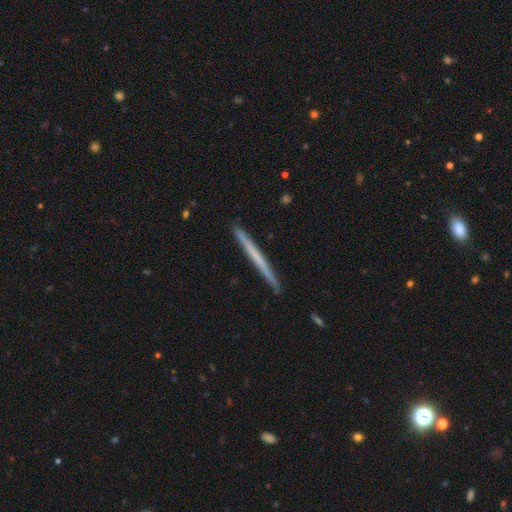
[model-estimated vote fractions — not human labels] Smooth or featured: smooth — 48% (featured or disk — 47%)
Merging: none — 92% (minor disturbance — 5%)